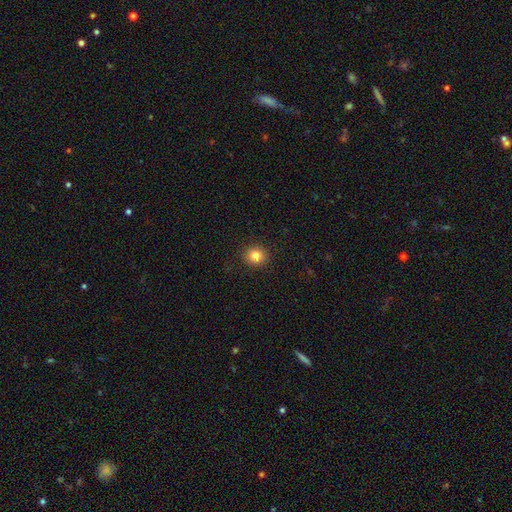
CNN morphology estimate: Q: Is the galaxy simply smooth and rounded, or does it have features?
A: smooth — 83%.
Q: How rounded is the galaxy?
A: round — 89%.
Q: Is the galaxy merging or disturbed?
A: none — 92%.